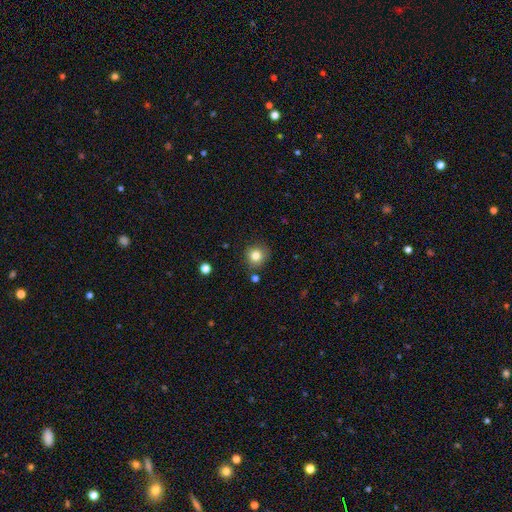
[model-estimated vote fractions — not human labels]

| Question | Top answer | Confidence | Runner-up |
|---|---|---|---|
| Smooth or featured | smooth | 82% | star or artifact (11%) |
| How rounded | round | 89% | in between (10%) |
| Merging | none | 82% | minor disturbance (11%) |